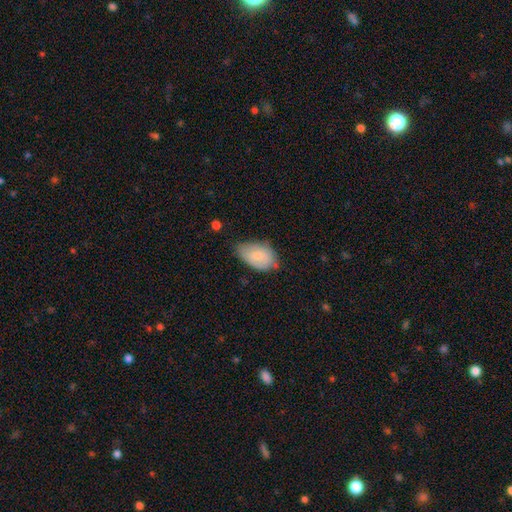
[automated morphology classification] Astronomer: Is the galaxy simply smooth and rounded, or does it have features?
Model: smooth — 78%.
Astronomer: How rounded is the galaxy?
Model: in between — 92%.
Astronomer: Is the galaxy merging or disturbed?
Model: none — 46% (runner-up: minor disturbance, 42%).